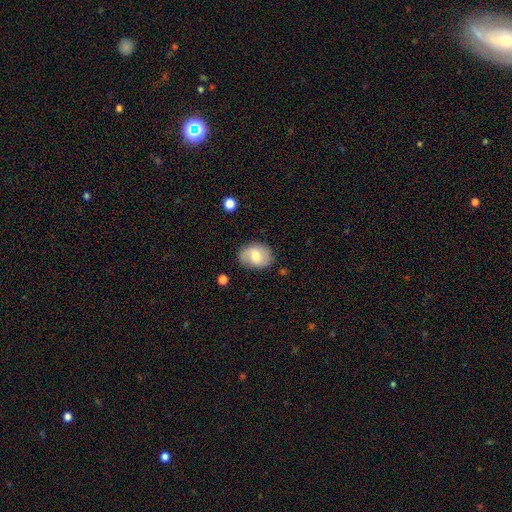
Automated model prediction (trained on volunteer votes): A smooth galaxy with no disk features (66%) that is in between round and cigar-shaped (65%). Merging: none (80%).